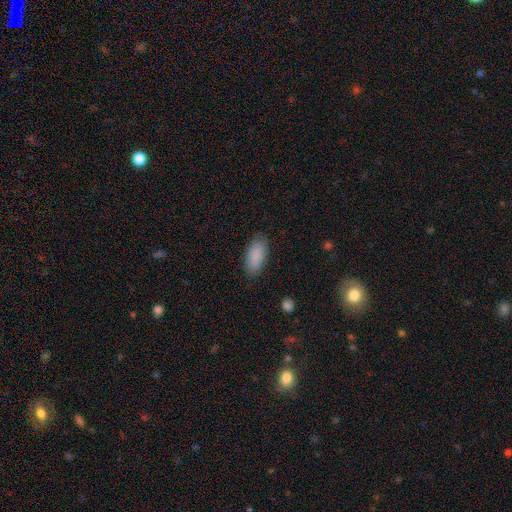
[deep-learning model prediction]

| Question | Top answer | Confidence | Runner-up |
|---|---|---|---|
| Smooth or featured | smooth | 89% | star or artifact (6%) |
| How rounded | in between | 88% | cigar-shaped (10%) |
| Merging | none | 86% | minor disturbance (10%) |